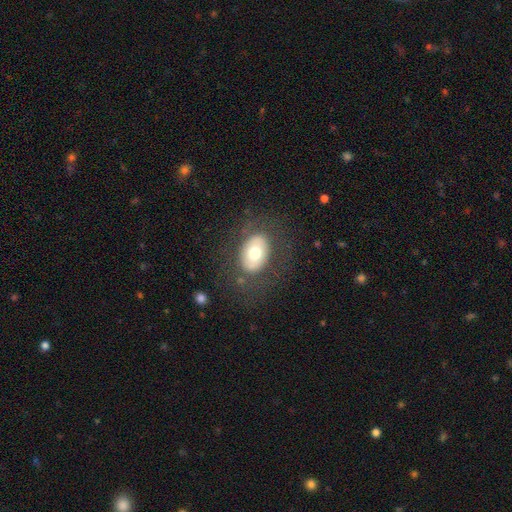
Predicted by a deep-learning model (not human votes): A smooth galaxy with no disk features (56%) that is in between round and cigar-shaped (75%). Merging: none (77%).